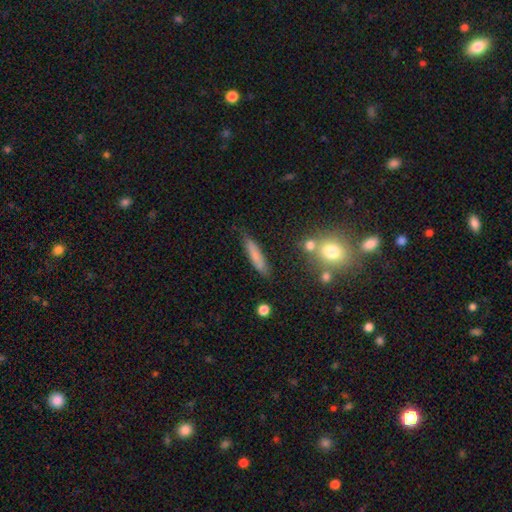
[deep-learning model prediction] Q: Smooth or featured?
A: smooth (72%); runner-up: featured or disk (20%)
Q: How rounded?
A: cigar-shaped (85%); runner-up: in between (12%)
Q: Merging?
A: none (79%); runner-up: minor disturbance (13%)